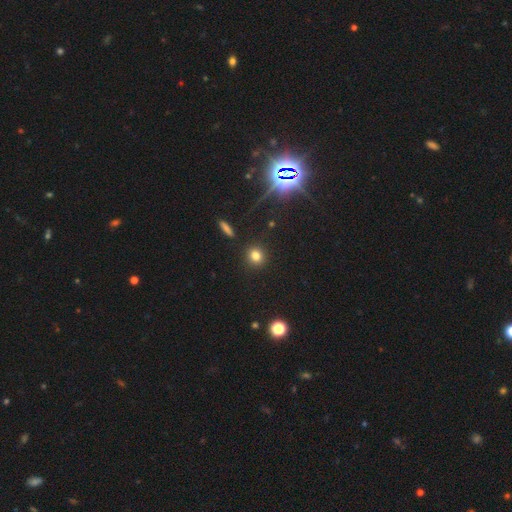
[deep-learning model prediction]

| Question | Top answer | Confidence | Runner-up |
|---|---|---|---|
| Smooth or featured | smooth | 77% | star or artifact (16%) |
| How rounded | round | 82% | in between (16%) |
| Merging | none | 90% | minor disturbance (6%) |